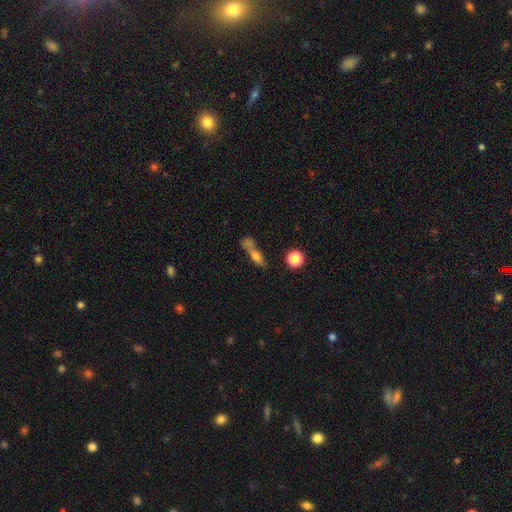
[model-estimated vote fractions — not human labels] A smooth galaxy with no disk features (59%) that is cigar-shaped (51%).

Vote fractions:
- Smooth or featured? smooth: 59% / featured or disk: 27% / star or artifact: 14%
- How rounded? cigar-shaped: 51% / in between: 36% / round: 13%
- Merging? none: 39% / merger: 37% / minor disturbance: 13% / major disturbance: 11%